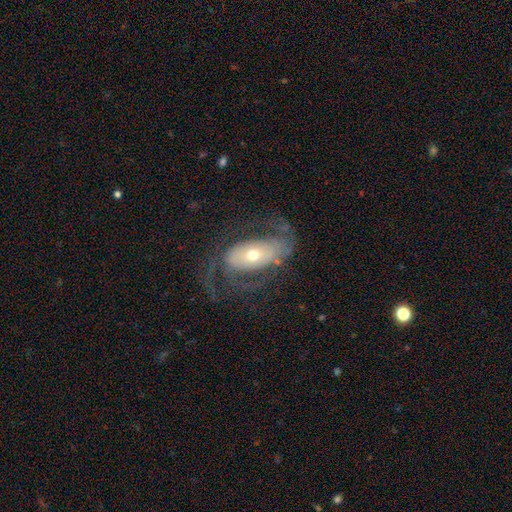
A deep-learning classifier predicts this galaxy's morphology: The model was most divided on "bulge size": moderate: 48%, small: 44%, large: 5%, dominant: 2%, none: 1%. Remaining: edge-on disk — no (93%); spiral arms — yes (85%); spiral arm count — 2 (85%); smooth or featured — featured or disk (79%); merging — none (60%); bar — no (46%); spiral winding — medium (46%).